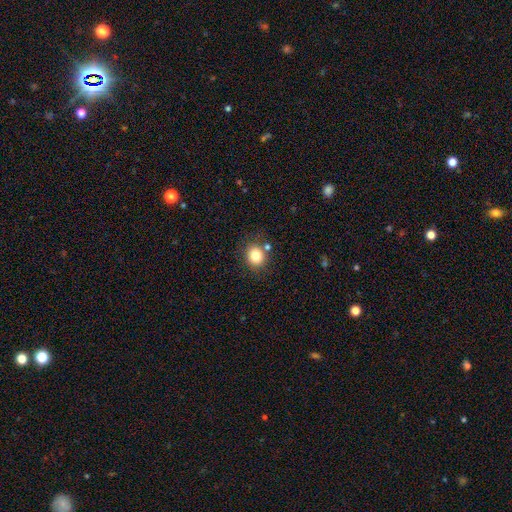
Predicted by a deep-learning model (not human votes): This appears to be a smooth galaxy with no disk features (82%) that is round (75%). Merging: none (79%).